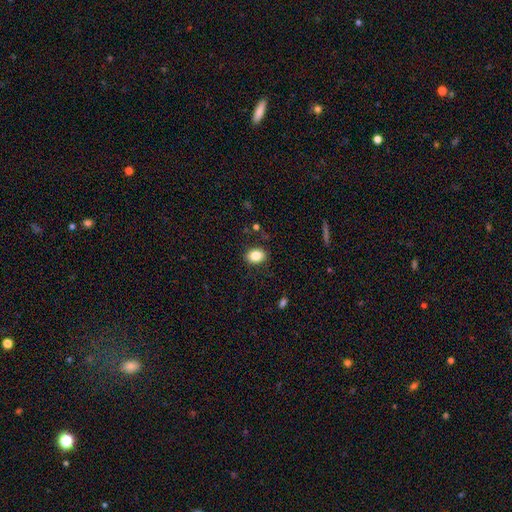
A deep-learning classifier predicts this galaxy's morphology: Smooth or featured?
  - smooth: 85% *
  - star or artifact: 9%
  - featured or disk: 6%
How rounded?
  - in between: 62% *
  - round: 37%
  - cigar-shaped: 1%
Merging?
  - none: 86% *
  - minor disturbance: 9%
  - major disturbance: 3%
  - merger: 1%